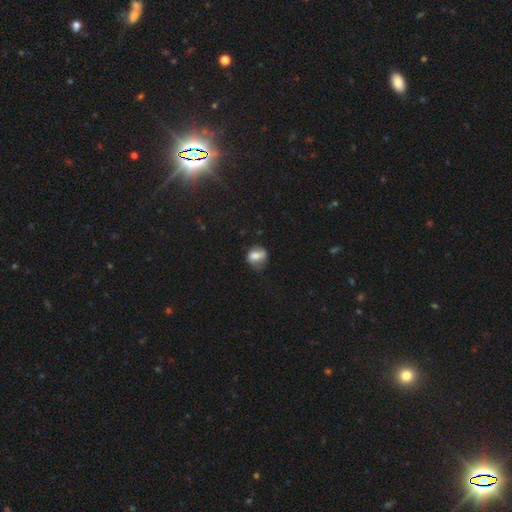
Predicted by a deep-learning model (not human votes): Smooth or featured: smooth — 64% (featured or disk — 27%)
How rounded: in between — 51% (round — 47%)
Merging: none — 53% (minor disturbance — 31%)